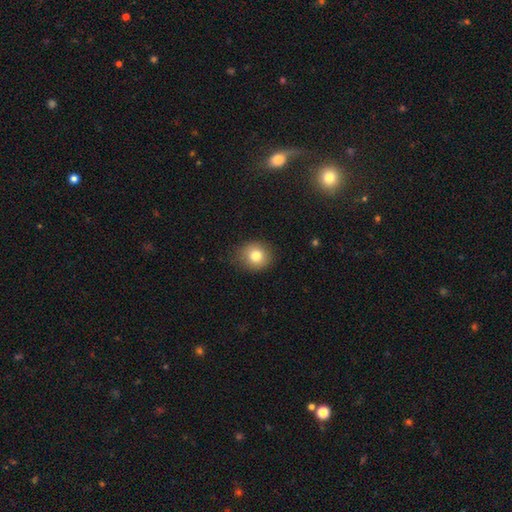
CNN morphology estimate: Smooth or featured: smooth — 80% (star or artifact — 11%)
How rounded: round — 79% (in between — 20%)
Merging: none — 83% (minor disturbance — 13%)